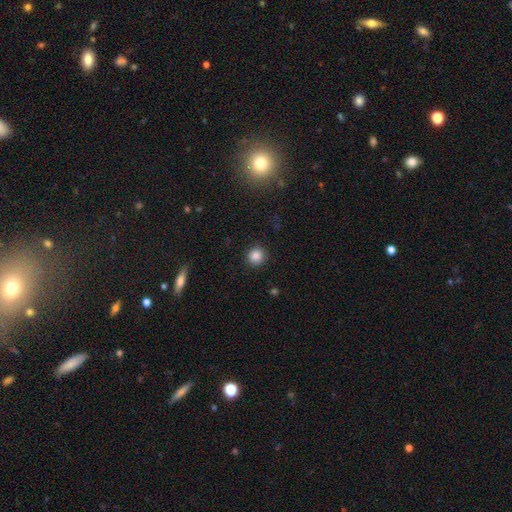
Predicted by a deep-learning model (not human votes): This appears to be a smooth galaxy with no disk features (86%) that is round (93%). Merging: none (91%).